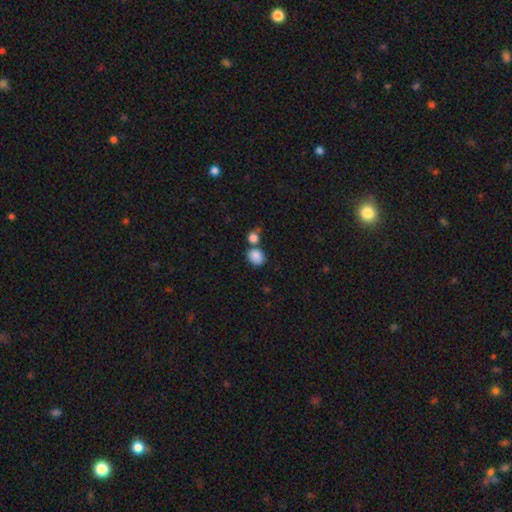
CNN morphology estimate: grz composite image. It shows a smooth galaxy with no disk features (86%) that is round (52%). Merging: none (55%).